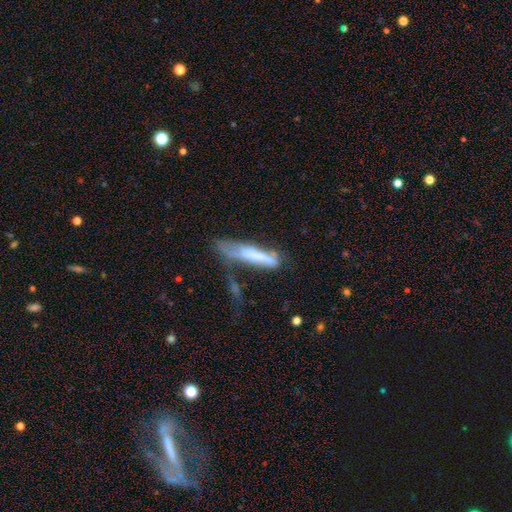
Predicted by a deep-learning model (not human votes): smooth-or-featured: smooth: 57% | featured or disk: 35% | star or artifact: 8%
  how-rounded: cigar-shaped: 81% | in between: 17% | round: 2%
  merging: major disturbance: 31% | none: 28% | minor disturbance: 25% | merger: 15%